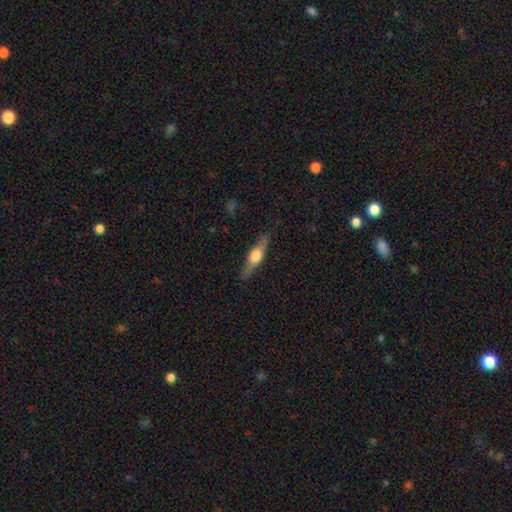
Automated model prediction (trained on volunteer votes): Smooth or featured? Predicted: featured or disk (p=0.59). Edge-on disk? Predicted: yes (p=0.95). Edge-on bulge? Predicted: rounded (p=0.91). Merging? Predicted: none (p=0.86).